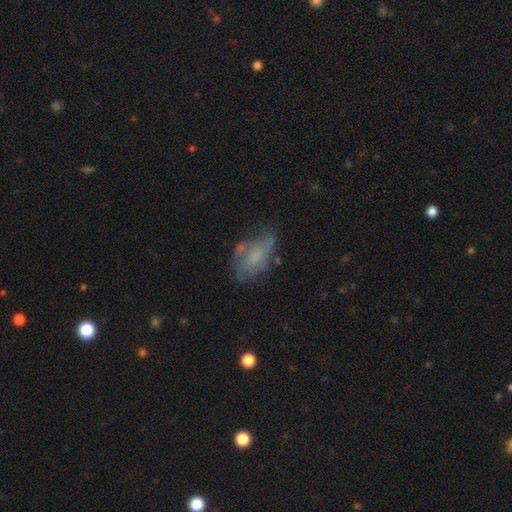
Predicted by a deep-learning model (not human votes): Smooth or featured: smooth — 47% (featured or disk — 42%)
Merging: none — 44% (minor disturbance — 30%)